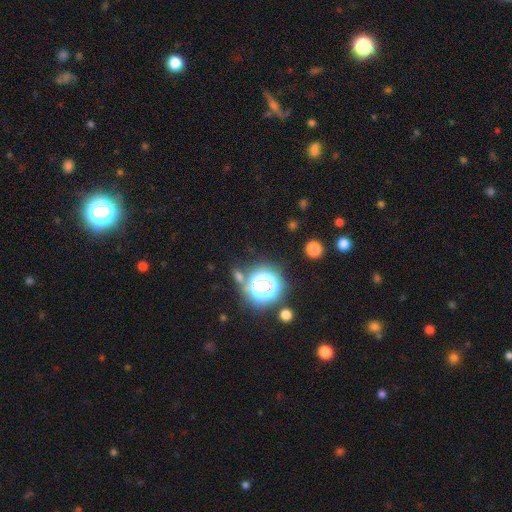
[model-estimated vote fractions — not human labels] Smooth or featured: star or artifact — 79% (smooth — 15%)